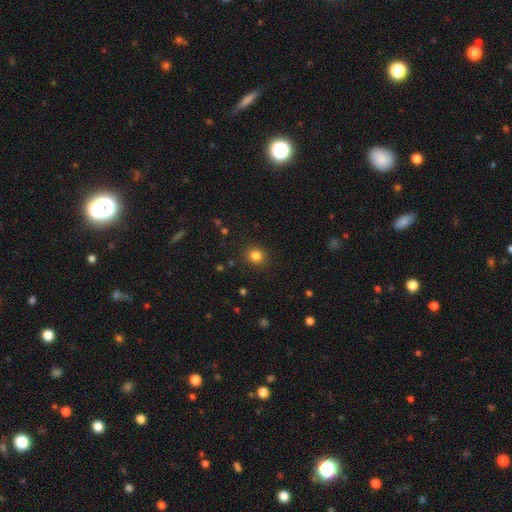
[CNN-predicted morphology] type=smooth (83%); roundness=round (88%); merging=none (90%).